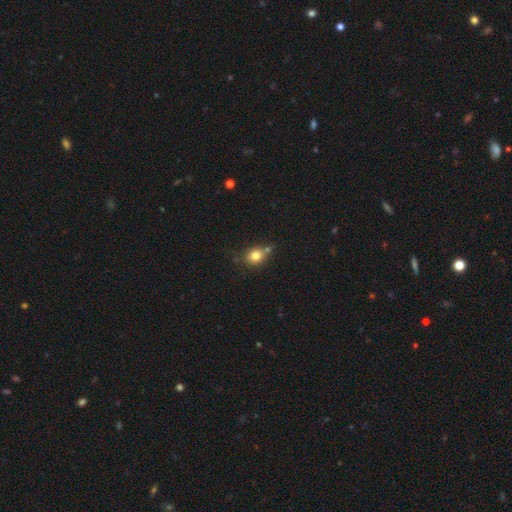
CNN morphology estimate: Overall: smooth (80%). How rounded: round (63%; in between 36%). Merging: none (62%).